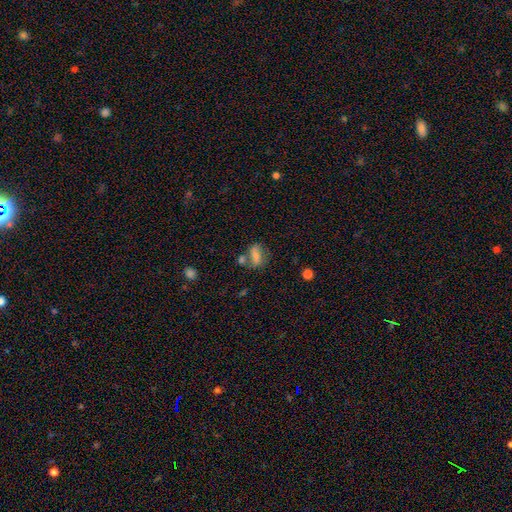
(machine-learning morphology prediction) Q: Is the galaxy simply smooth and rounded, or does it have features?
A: smooth — 67%.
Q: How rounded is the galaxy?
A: in between — 76%.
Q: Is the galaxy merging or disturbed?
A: none — 44%.